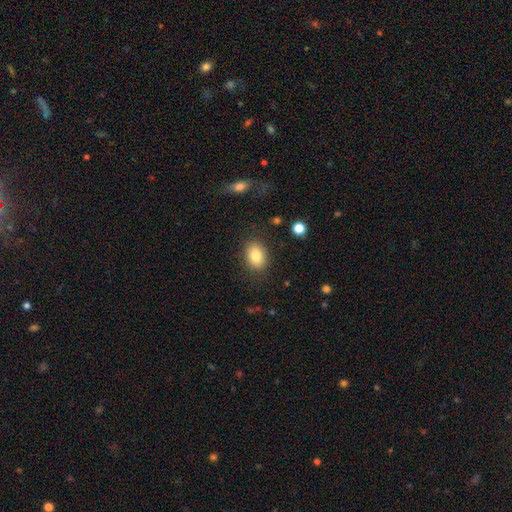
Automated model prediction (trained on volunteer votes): Smooth or featured? Predicted: smooth (p=0.82). How rounded? Predicted: in between (p=0.69). Merging? Predicted: none (p=0.85).